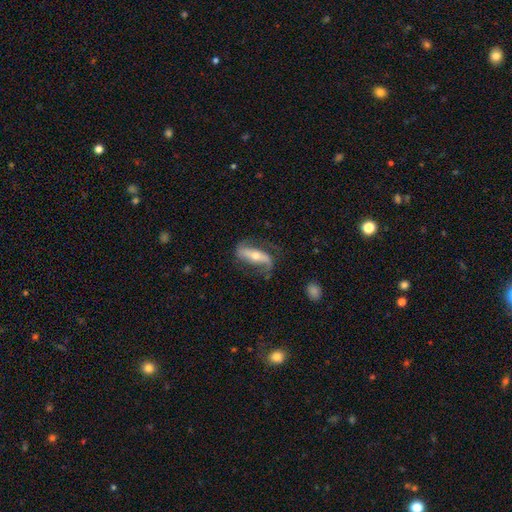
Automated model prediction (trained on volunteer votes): Smooth or featured?
  - featured or disk: 76% *
  - smooth: 18%
  - star or artifact: 6%
Edge-on disk?
  - no: 81% *
  - yes: 19%
Bar?
  - strong: 57% *
  - no: 23%
  - weak: 19%
Spiral arms?
  - yes: 88% *
  - no: 12%
Spiral winding?
  - loose: 51% *
  - medium: 33%
  - tight: 15%
Spiral arm count?
  - 2: 84% *
  - 1: 7%
  - can't tell: 5%
  - 3: 1%
  - 4: 1%
  - more than 4: 1%
Bulge size?
  - moderate: 53% *
  - small: 41%
  - large: 4%
  - none: 1%
  - dominant: 1%
Merging?
  - none: 65% *
  - minor disturbance: 20%
  - major disturbance: 14%
  - merger: 2%